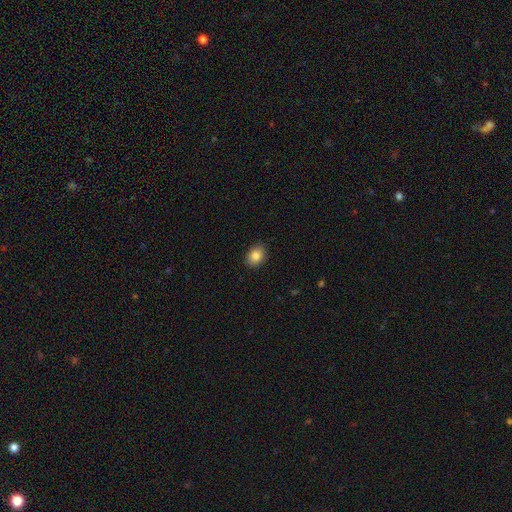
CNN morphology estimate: A smooth galaxy with no disk features (85%) that is in between round and cigar-shaped (61%). Merging: none (89%).